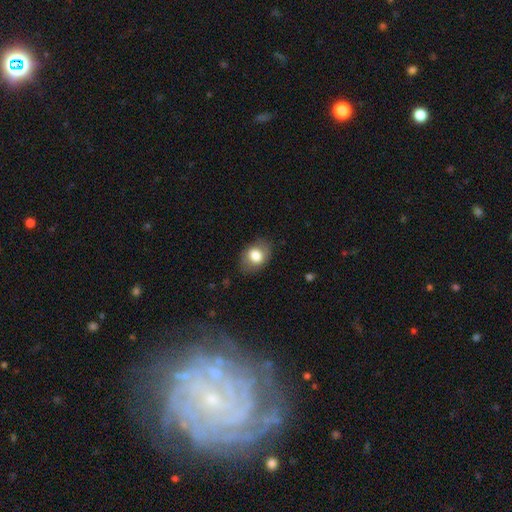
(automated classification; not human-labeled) Smooth or featured? smooth (77%)
How rounded? in between (71%)
Merging? none (79%)